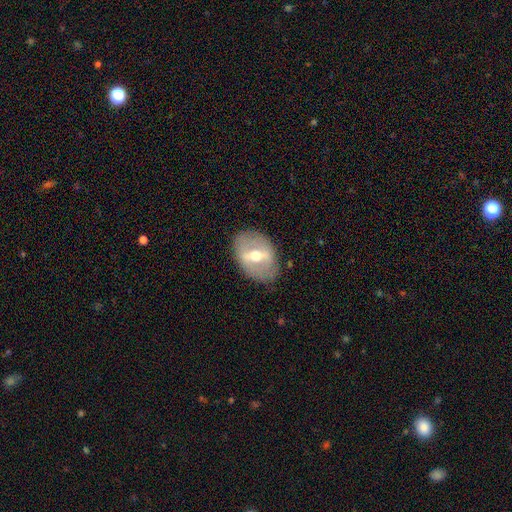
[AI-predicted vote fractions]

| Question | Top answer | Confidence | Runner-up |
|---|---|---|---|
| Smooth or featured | featured or disk | 67% | smooth (27%) |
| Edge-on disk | no | 86% | yes (14%) |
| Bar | strong | 61% | weak (30%) |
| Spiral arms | no | 78% | yes (22%) |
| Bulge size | moderate | 72% | small (16%) |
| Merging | none | 80% | minor disturbance (14%) |